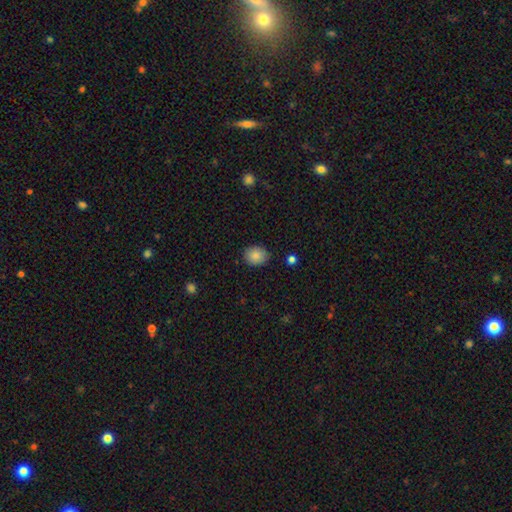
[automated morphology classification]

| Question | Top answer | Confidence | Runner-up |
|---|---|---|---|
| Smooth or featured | smooth | 86% | star or artifact (8%) |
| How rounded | round | 51% | in between (48%) |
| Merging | none | 85% | minor disturbance (12%) |